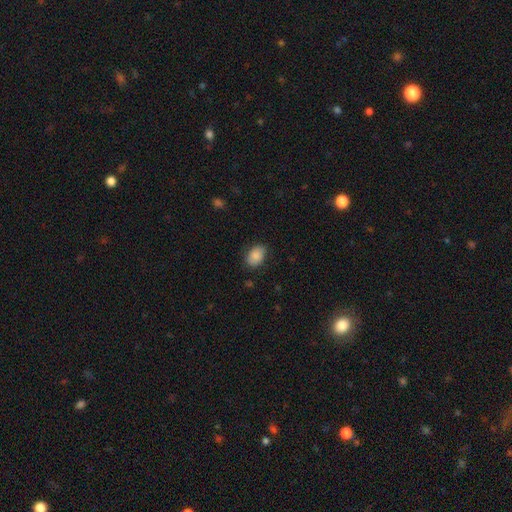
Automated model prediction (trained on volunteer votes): smooth_or_featured: smooth (p=0.87) [alt: star or artifact p=0.07]
how_rounded: in between (p=0.79) [alt: round p=0.20]
merging: none (p=0.81) [alt: minor disturbance p=0.14]